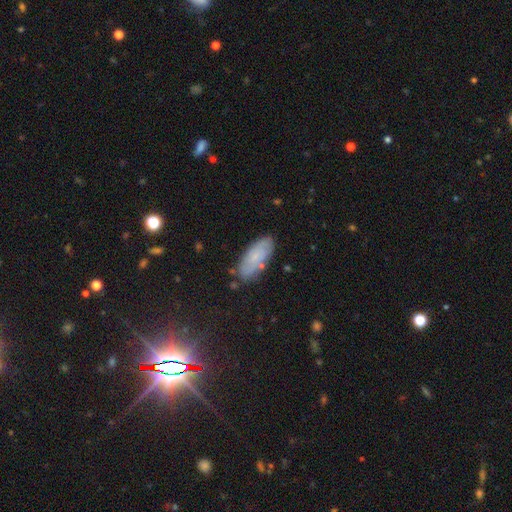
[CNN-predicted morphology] A smooth galaxy with no disk features (65%) that is in between round and cigar-shaped (80%). Merging: none (77%).